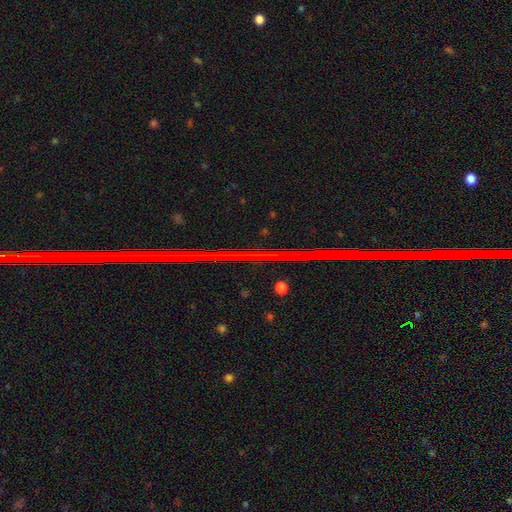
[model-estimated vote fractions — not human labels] Q: Smooth or featured?
A: star or artifact (83%); runner-up: featured or disk (10%)